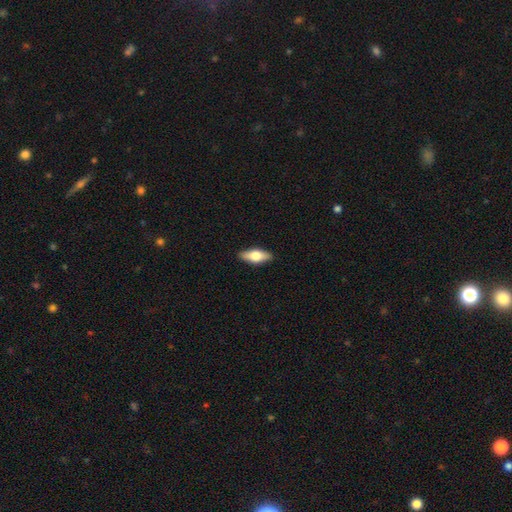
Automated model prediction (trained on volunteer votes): smooth-or-featured: smooth: 60% | featured or disk: 34% | star or artifact: 6%
  how-rounded: in between: 72% | cigar-shaped: 25% | round: 3%
  merging: none: 90% | minor disturbance: 8% | major disturbance: 2% | merger: 1%